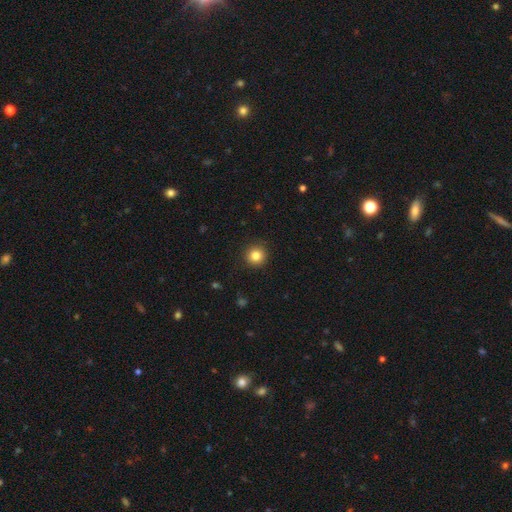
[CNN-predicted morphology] Smooth or featured? smooth (83%)
How rounded? round (95%)
Merging? none (92%)